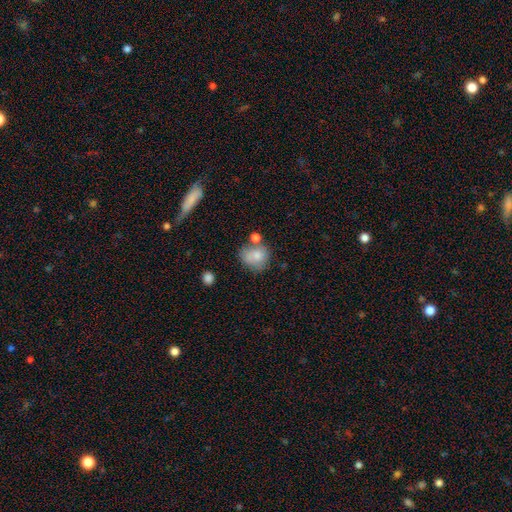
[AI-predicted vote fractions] smooth-or-featured: smooth: 78% | featured or disk: 13% | star or artifact: 9%
  how-rounded: round: 73% | in between: 26% | cigar-shaped: 1%
  merging: none: 50% | minor disturbance: 22% | merger: 20% | major disturbance: 8%